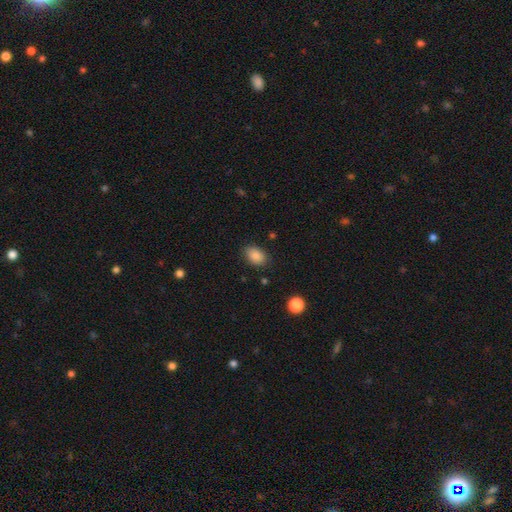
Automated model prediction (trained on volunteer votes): This appears to be a smooth galaxy with no disk features (88%) that is in between round and cigar-shaped (83%). Merging: none (83%).